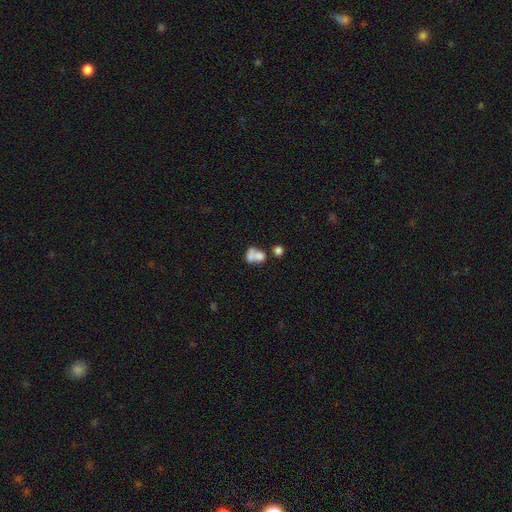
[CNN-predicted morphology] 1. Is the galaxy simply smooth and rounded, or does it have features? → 66% smooth, 23% featured or disk, 11% star or artifact.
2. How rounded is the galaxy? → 59% in between, 39% round, 2% cigar-shaped.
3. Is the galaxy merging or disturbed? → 61% merger, 20% none, 9% major disturbance, 9% minor disturbance.